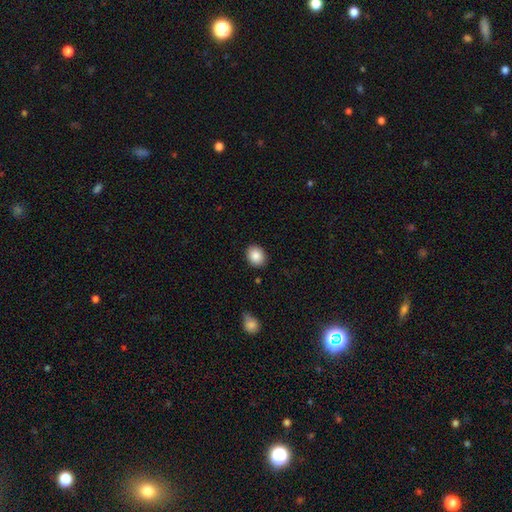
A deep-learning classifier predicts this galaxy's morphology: smooth_or_featured: smooth (p=0.88) [alt: star or artifact p=0.08]
how_rounded: round (p=0.58) [alt: in between p=0.41]
merging: none (p=0.88) [alt: minor disturbance p=0.08]